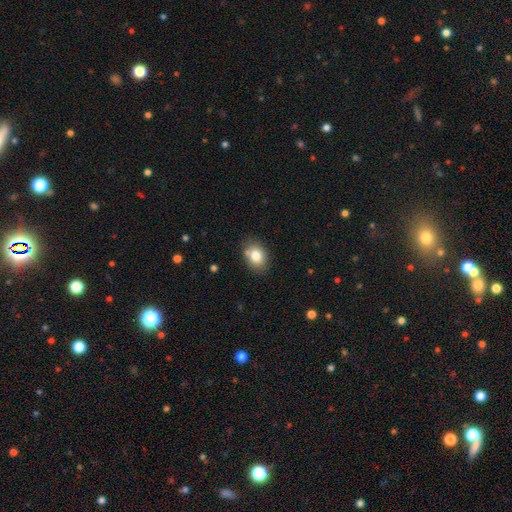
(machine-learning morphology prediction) smooth_or_featured: smooth (p=0.81) [alt: featured or disk p=0.10]
how_rounded: in between (p=0.72) [alt: round p=0.27]
merging: none (p=0.79) [alt: minor disturbance p=0.15]